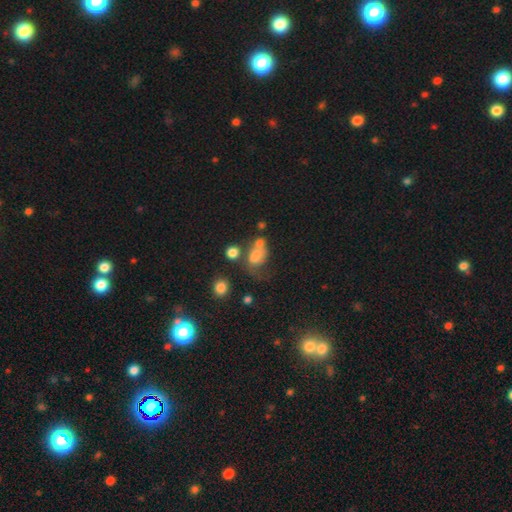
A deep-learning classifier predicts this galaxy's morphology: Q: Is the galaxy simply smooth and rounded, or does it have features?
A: smooth — 62%.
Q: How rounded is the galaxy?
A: in between — 68%.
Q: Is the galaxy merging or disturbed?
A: major disturbance — 35%.